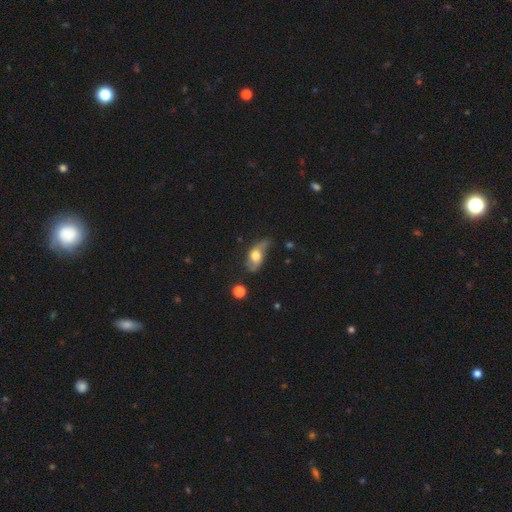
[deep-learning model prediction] Overall: featured or disk (51%; smooth 41%). Edge-on disk: no (80%). Merging: none (48%; minor disturbance 31%).